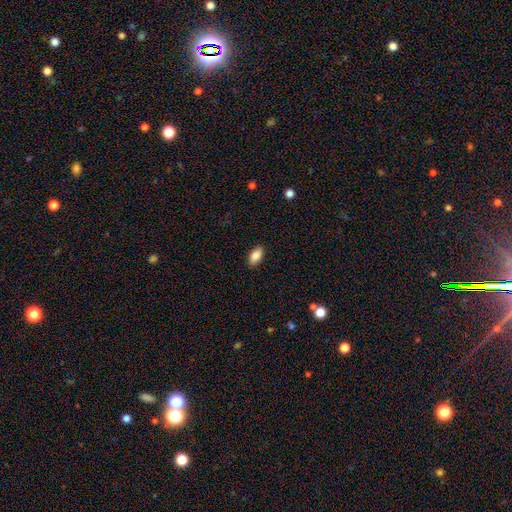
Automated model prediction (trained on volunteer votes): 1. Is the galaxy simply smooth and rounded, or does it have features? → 88% smooth, 7% star or artifact, 5% featured or disk.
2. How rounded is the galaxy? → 93% in between, 4% cigar-shaped, 3% round.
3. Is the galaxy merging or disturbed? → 88% none, 9% minor disturbance, 2% major disturbance, 1% merger.